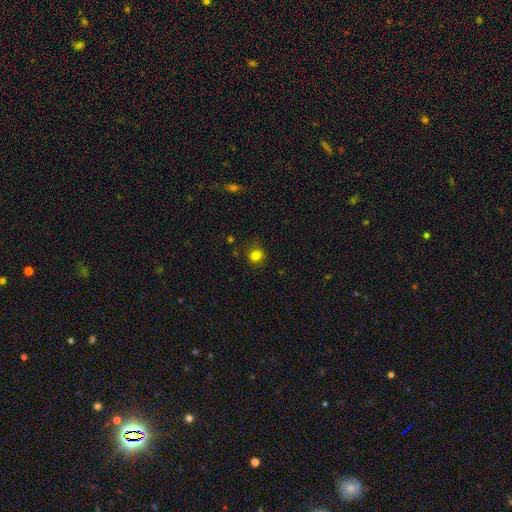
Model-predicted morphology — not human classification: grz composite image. It shows a smooth galaxy with no disk features (82%) that is round (83%). Merging: none (83%).